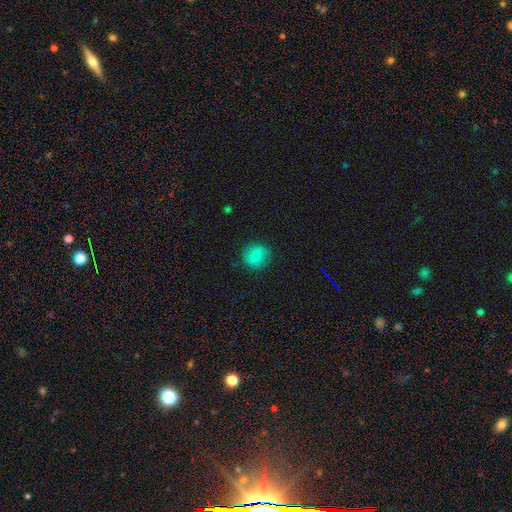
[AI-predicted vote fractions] Q: Smooth or featured?
A: smooth (78%); runner-up: featured or disk (13%)
Q: How rounded?
A: round (88%); runner-up: in between (11%)
Q: Merging?
A: none (85%); runner-up: minor disturbance (11%)